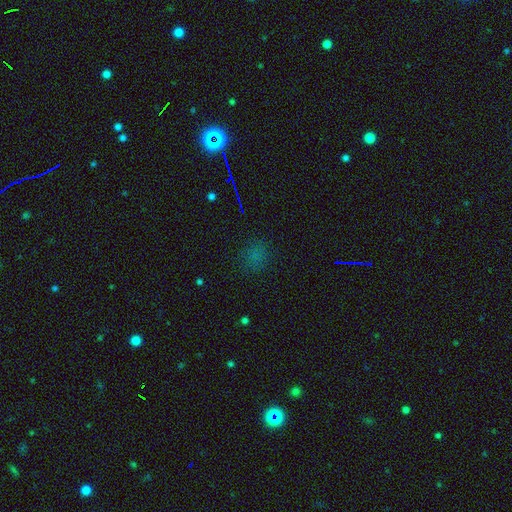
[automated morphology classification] Smooth or featured? Predicted: smooth (p=0.58). How rounded? Predicted: round (p=0.72). Merging? Predicted: none (p=0.79).